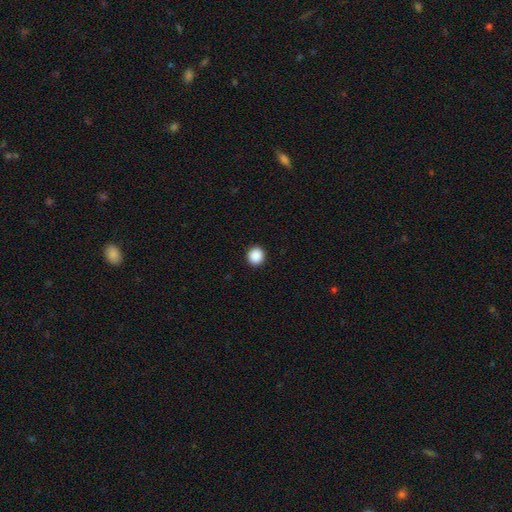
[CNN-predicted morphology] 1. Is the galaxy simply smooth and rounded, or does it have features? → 90% smooth, 8% star or artifact, 2% featured or disk.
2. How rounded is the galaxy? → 82% round, 17% in between, 1% cigar-shaped.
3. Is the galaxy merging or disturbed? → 93% none, 5% minor disturbance, 2% major disturbance, 1% merger.